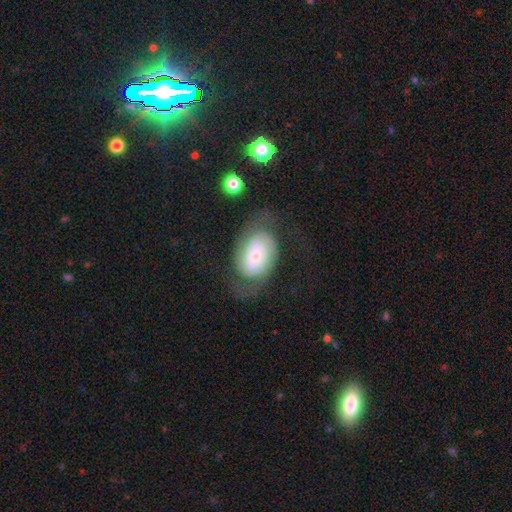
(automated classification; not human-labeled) smooth_or_featured: featured or disk (p=0.73) [alt: smooth p=0.20]
disk_edge_on: no (p=0.96) [alt: yes p=0.04]
bar: no (p=0.72) [alt: weak p=0.22]
has_spiral_arms: yes (p=0.89) [alt: no p=0.11]
spiral_winding: tight (p=0.51) [alt: medium p=0.33]
spiral_arm_count: 2 (p=0.72) [alt: can't tell p=0.17]
bulge_size: small (p=0.57) [alt: moderate p=0.34]
merging: none (p=0.61) [alt: major disturbance p=0.20]